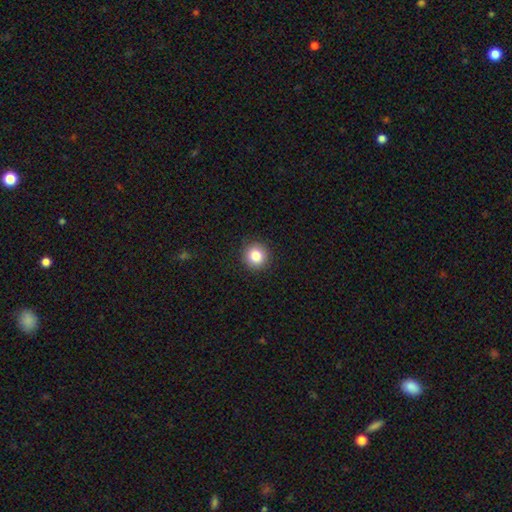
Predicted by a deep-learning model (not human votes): Morphology: type=smooth (84%); roundness=round (94%); merging=none (92%).